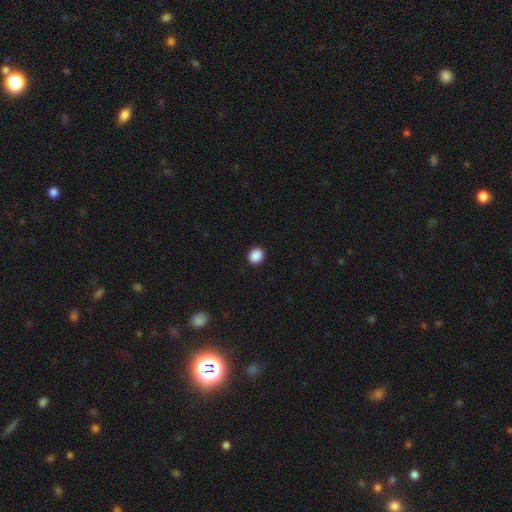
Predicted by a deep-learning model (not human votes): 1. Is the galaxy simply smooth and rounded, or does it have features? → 89% smooth, 9% star or artifact, 2% featured or disk.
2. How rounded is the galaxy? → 73% round, 26% in between, 1% cigar-shaped.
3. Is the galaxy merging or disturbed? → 92% none, 5% minor disturbance, 2% major disturbance, 1% merger.